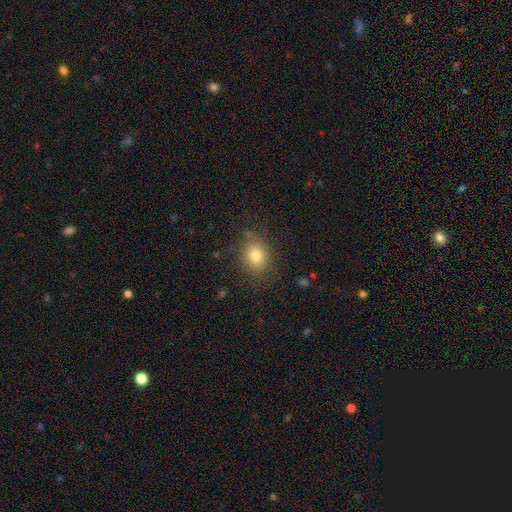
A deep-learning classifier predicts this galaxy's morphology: type=smooth (78%); roundness=round (56%); merging=none (80%).